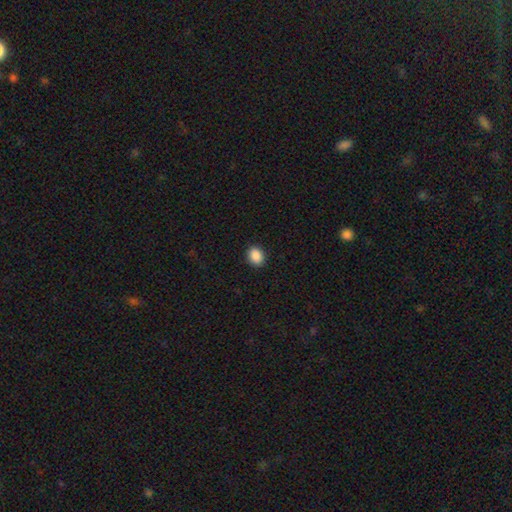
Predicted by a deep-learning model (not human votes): This appears to be a smooth galaxy with no disk features (89%) that is in between round and cigar-shaped (51%). Merging: none (90%).